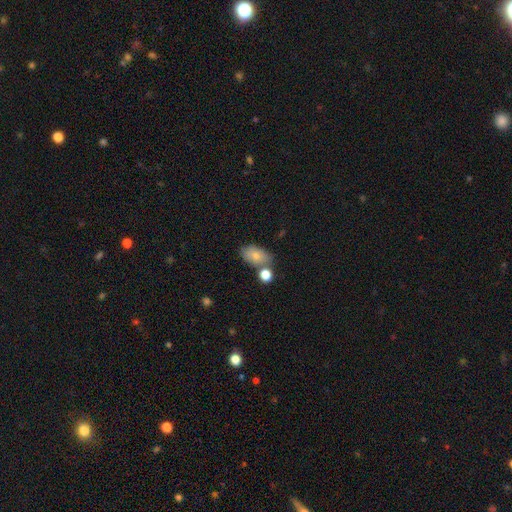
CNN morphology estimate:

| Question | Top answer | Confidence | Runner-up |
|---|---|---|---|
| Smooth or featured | smooth | 78% | featured or disk (13%) |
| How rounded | in between | 89% | round (9%) |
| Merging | none | 60% | merger (18%) |